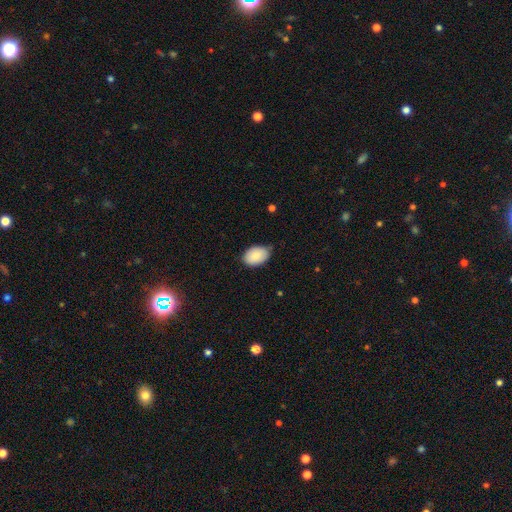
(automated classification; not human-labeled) A smooth galaxy with no disk features (85%) that is in between round and cigar-shaped (87%). Merging: none (71%).